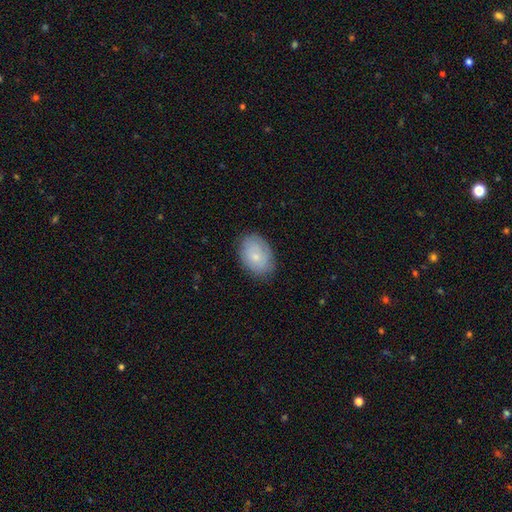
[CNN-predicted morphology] Smooth or featured? Predicted: smooth (p=0.69). How rounded? Predicted: in between (p=0.83). Merging? Predicted: none (p=0.80).